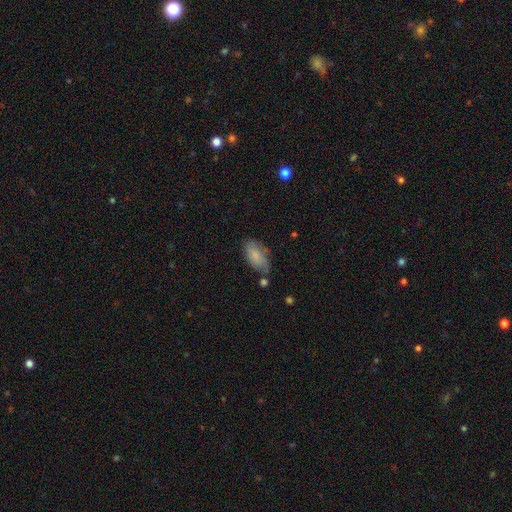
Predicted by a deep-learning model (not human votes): The model was most divided on "merging": none: 63%, minor disturbance: 25%, merger: 7%, major disturbance: 6%. More confident: how rounded — in between (92%); smooth or featured — smooth (80%).